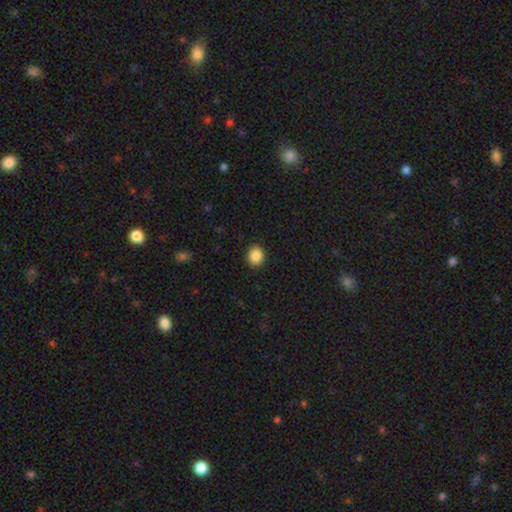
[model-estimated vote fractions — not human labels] The model was most divided on "how rounded": round: 68%, in between: 31%, cigar-shaped: 1%. More confident: merging — none (91%); smooth or featured — smooth (87%).